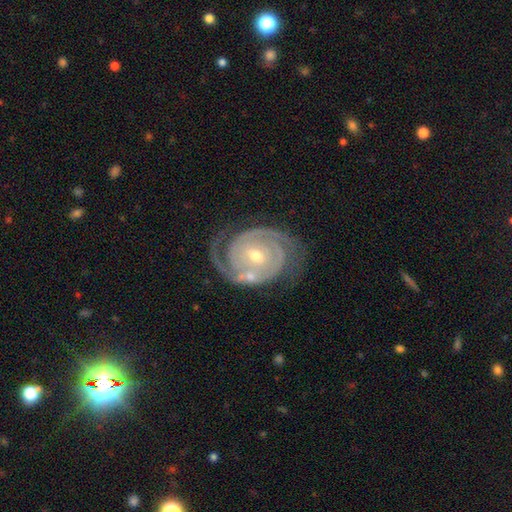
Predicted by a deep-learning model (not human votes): A featured or disk galaxy (91%) with no bar (56%), 2 (82%) tight (77%) spiral arms (98%) and a small central bulge (50%).

Vote fractions:
- Smooth or featured? featured or disk: 91% / star or artifact: 4% / smooth: 4%
- Edge-on disk? no: 97% / yes: 3%
- Bar? no: 56% / weak: 30% / strong: 14%
- Spiral arms? yes: 98% / no: 2%
- Spiral winding? tight: 77% / medium: 20% / loose: 3%
- Spiral arm count? 2: 82% / 3: 7% / can't tell: 6% / 1: 2% / 4: 2% / more than 4: 2%
- Bulge size? small: 50% / moderate: 47% / large: 1% / none: 1% / dominant: 1%
- Merging? none: 71% / minor disturbance: 15% / merger: 8% / major disturbance: 6%